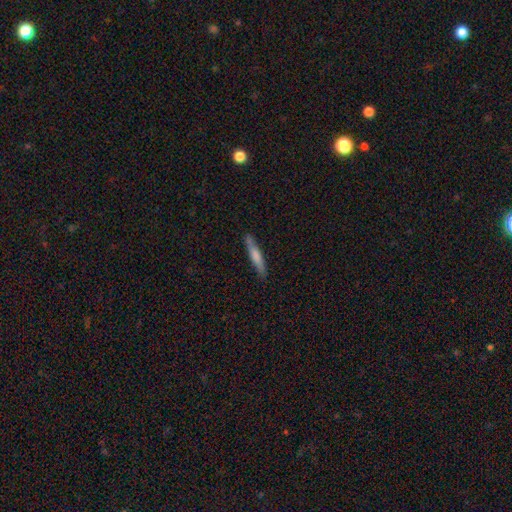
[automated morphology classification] A smooth galaxy with no disk features (64%) that is cigar-shaped (92%).

Vote fractions:
- Smooth or featured? smooth: 64% / featured or disk: 31% / star or artifact: 6%
- How rounded? cigar-shaped: 92% / in between: 7% / round: 1%
- Merging? none: 85% / minor disturbance: 11% / major disturbance: 2% / merger: 2%